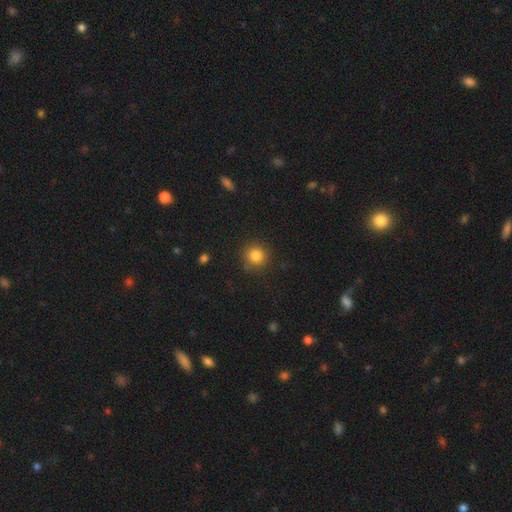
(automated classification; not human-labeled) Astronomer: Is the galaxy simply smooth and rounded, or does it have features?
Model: smooth — 84%.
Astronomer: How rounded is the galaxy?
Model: round — 91%.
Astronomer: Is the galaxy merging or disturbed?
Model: none — 87%.